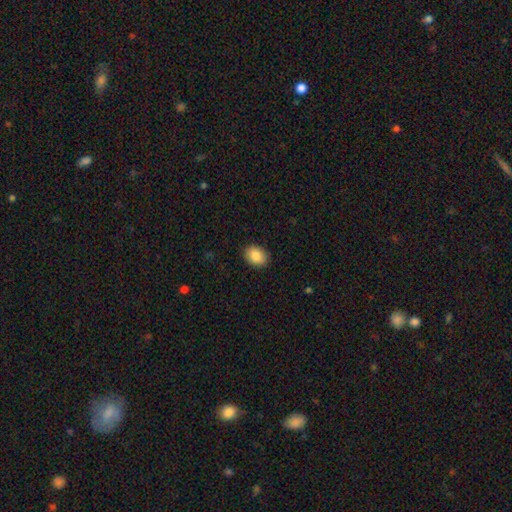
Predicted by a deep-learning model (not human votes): Smooth or featured? smooth (86%)
How rounded? in between (71%)
Merging? none (88%)